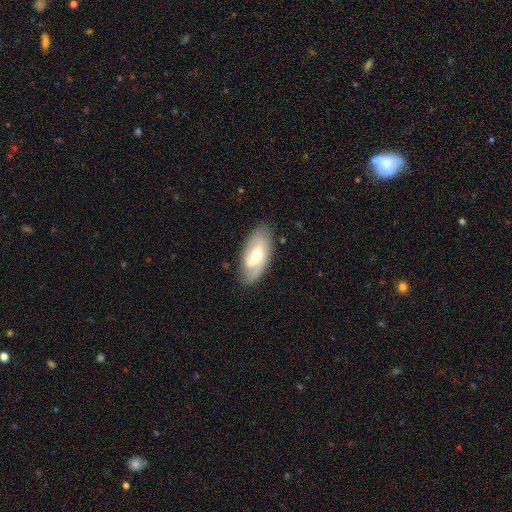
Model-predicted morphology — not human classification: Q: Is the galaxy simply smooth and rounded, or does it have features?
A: featured or disk — 65%.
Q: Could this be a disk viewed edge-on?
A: no — 92%.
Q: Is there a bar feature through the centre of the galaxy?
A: weak — 50%.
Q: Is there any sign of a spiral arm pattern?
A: yes — 84%.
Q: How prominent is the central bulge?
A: moderate — 54%.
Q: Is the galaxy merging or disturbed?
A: none — 79%.